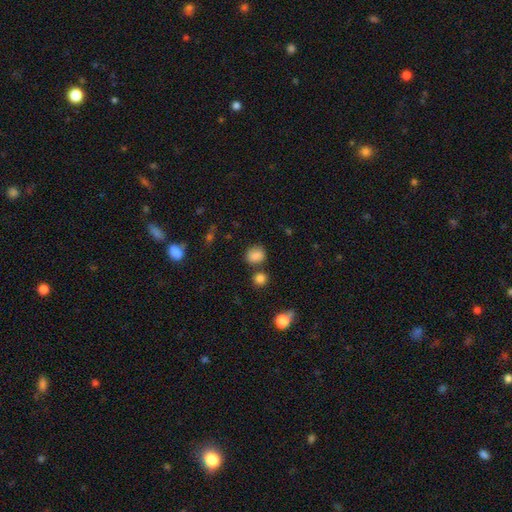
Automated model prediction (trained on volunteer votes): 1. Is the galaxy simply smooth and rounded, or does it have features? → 82% smooth, 11% star or artifact, 7% featured or disk.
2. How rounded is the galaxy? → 72% round, 26% in between, 1% cigar-shaped.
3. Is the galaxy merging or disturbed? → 73% none, 13% minor disturbance, 10% merger, 4% major disturbance.